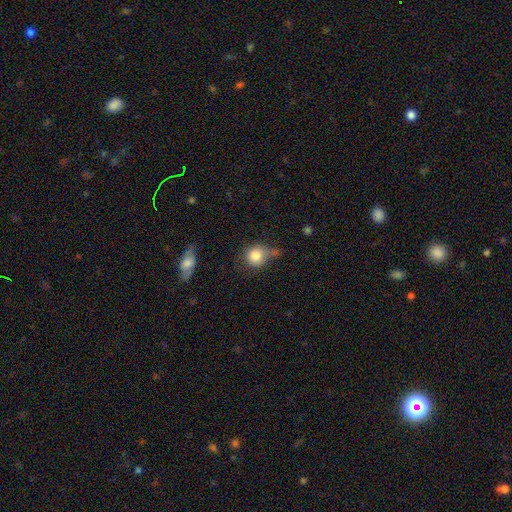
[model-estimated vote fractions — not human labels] A smooth galaxy with no disk features (80%) that is round (80%). Merging: none (41%).